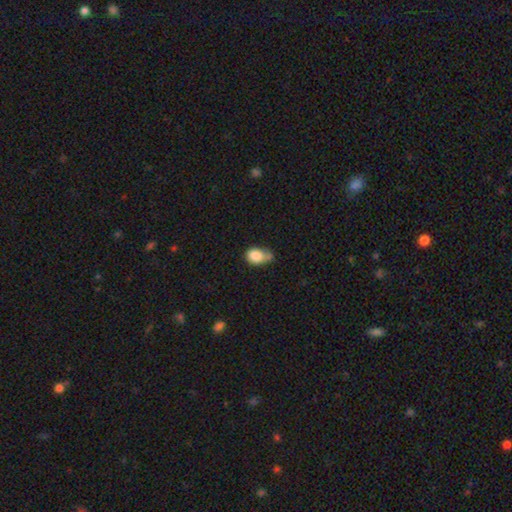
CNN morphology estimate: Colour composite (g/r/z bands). It shows a smooth galaxy with no disk features (83%) that is in between round and cigar-shaped (70%). Merging: minor disturbance (36%).